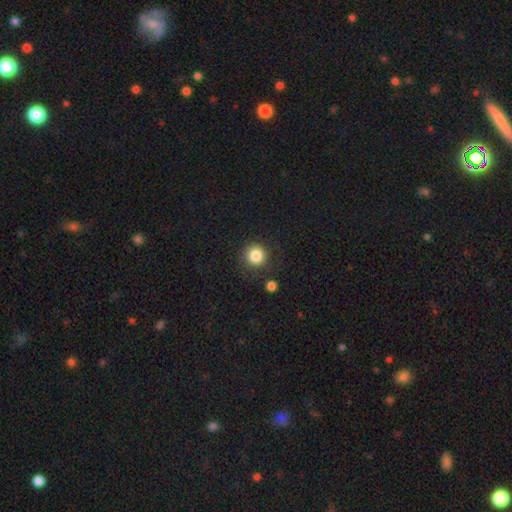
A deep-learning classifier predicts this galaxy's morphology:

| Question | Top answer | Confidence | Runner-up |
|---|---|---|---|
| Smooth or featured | smooth | 85% | star or artifact (10%) |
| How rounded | round | 93% | in between (6%) |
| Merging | none | 83% | minor disturbance (10%) |